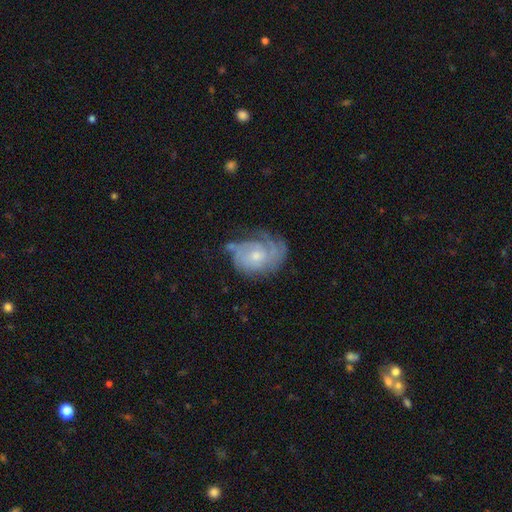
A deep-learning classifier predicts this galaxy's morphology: smooth_or_featured: featured or disk (p=0.75) [alt: smooth p=0.18]
disk_edge_on: no (p=0.97) [alt: yes p=0.03]
bar: no (p=0.75) [alt: weak p=0.22]
has_spiral_arms: yes (p=0.89) [alt: no p=0.11]
spiral_winding: tight (p=0.57) [alt: medium p=0.30]
spiral_arm_count: can't tell (p=0.39) [alt: 2 p=0.22]
bulge_size: small (p=0.54) [alt: moderate p=0.40]
merging: none (p=0.48) [alt: minor disturbance p=0.27]